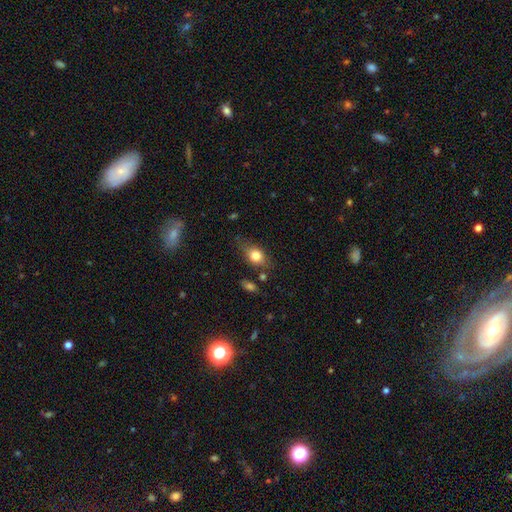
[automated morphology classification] Smooth or featured? Predicted: smooth (p=0.76). How rounded? Predicted: in between (p=0.68). Merging? Predicted: none (p=0.62).